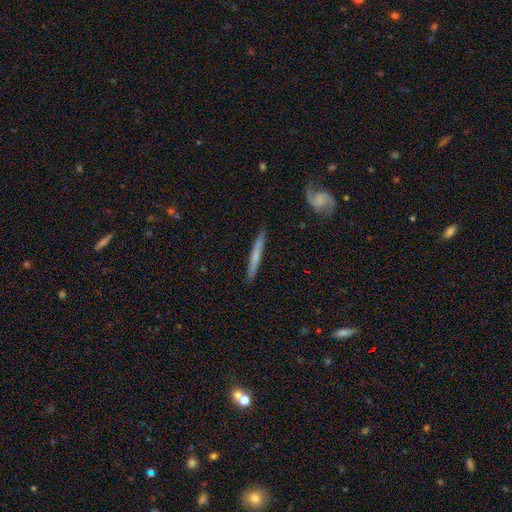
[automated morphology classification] Smooth or featured?
  - featured or disk: 49% *
  - smooth: 46%
  - star or artifact: 5%
Merging?
  - none: 89% *
  - minor disturbance: 8%
  - major disturbance: 2%
  - merger: 1%